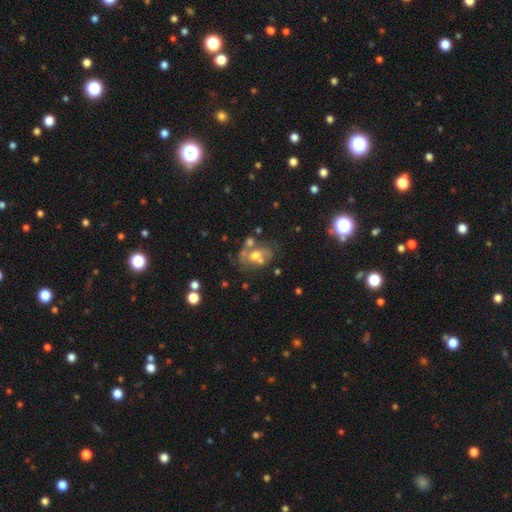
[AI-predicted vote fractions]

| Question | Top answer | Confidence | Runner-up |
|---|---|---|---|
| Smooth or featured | featured or disk | 50% | smooth (38%) |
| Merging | none | 40% | merger (27%) |